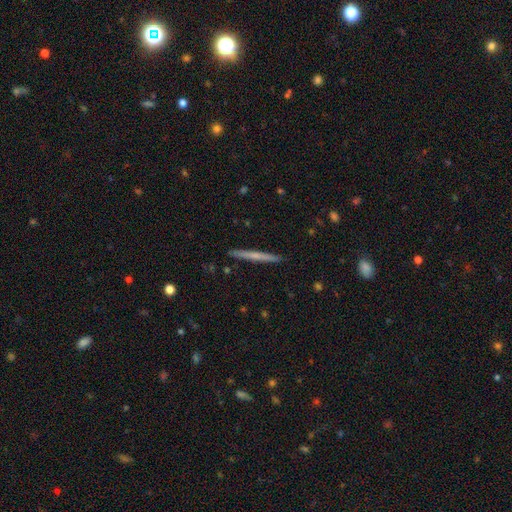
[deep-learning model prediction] The model was most divided on "smooth or featured": featured or disk: 49%, smooth: 45%, star or artifact: 6%. More confident: merging — none (92%).